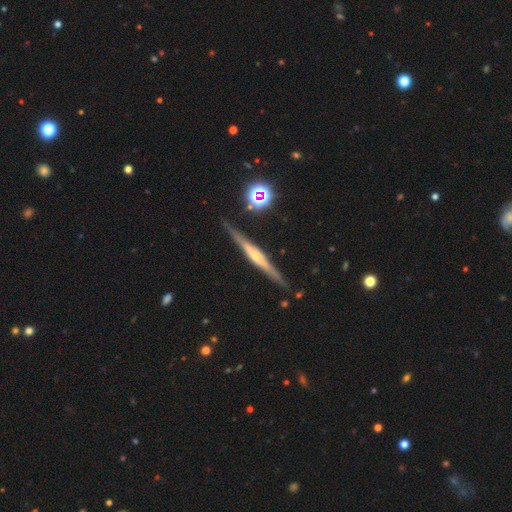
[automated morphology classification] A featured or disk galaxy (77%) viewed edge-on (97%) with a rounded central bulge (74%). Merging: none (87%).